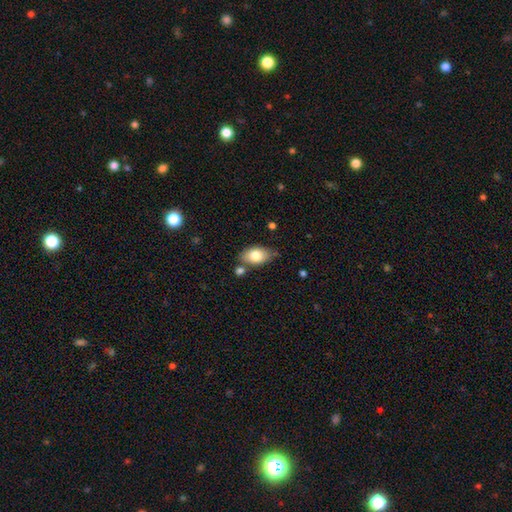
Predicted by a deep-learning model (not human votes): Smooth or featured? smooth (78%)
How rounded? in between (89%)
Merging? none (70%)